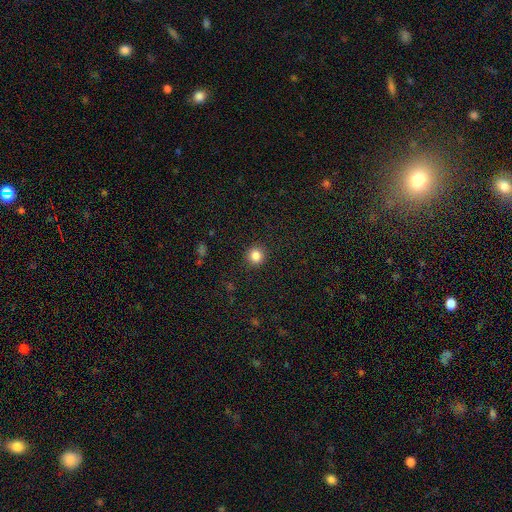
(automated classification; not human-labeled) A smooth galaxy with no disk features (85%) that is round (91%).

Vote fractions:
- Smooth or featured? smooth: 85% / star or artifact: 11% / featured or disk: 4%
- How rounded? round: 91% / in between: 8% / cigar-shaped: 1%
- Merging? none: 91% / minor disturbance: 6% / major disturbance: 2% / merger: 1%